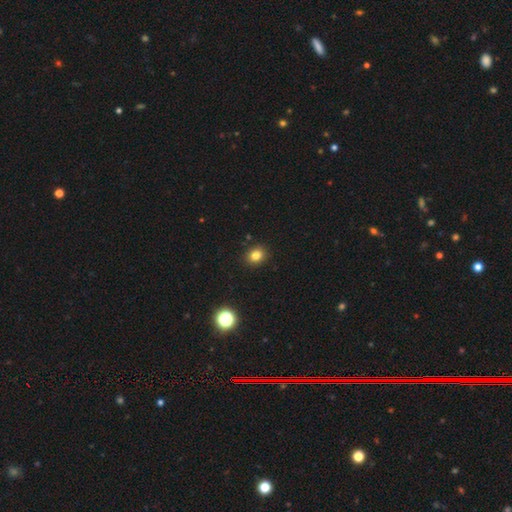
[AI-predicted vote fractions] Smooth or featured? smooth (81%)
How rounded? round (66%)
Merging? none (90%)